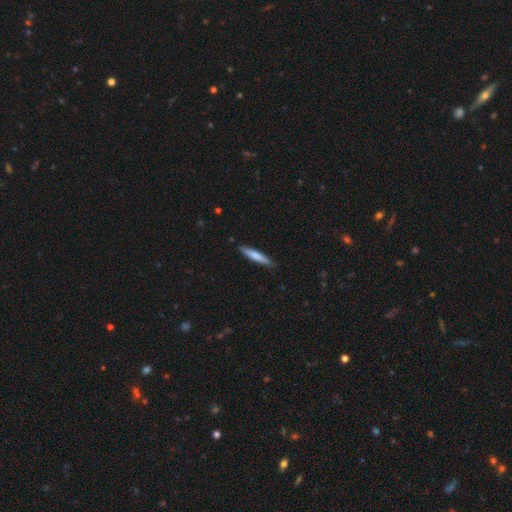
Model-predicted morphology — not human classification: This is likely a smooth galaxy (73%). How rounded: clearly cigar-shaped (91%). Merging: clearly none (88%).